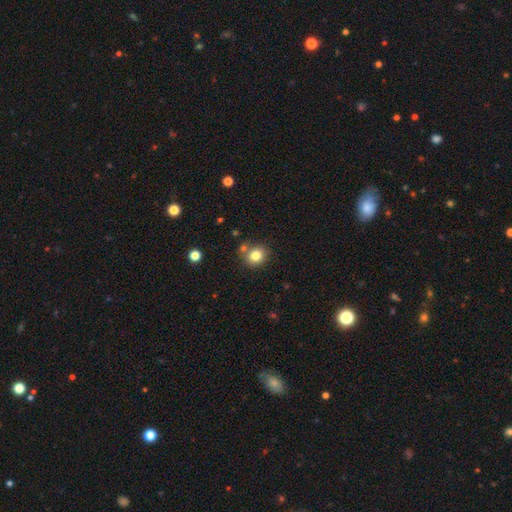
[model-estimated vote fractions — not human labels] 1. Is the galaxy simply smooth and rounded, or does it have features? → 81% smooth, 12% star or artifact, 8% featured or disk.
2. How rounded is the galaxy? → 76% round, 23% in between, 1% cigar-shaped.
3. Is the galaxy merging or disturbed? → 73% none, 13% merger, 11% minor disturbance, 3% major disturbance.